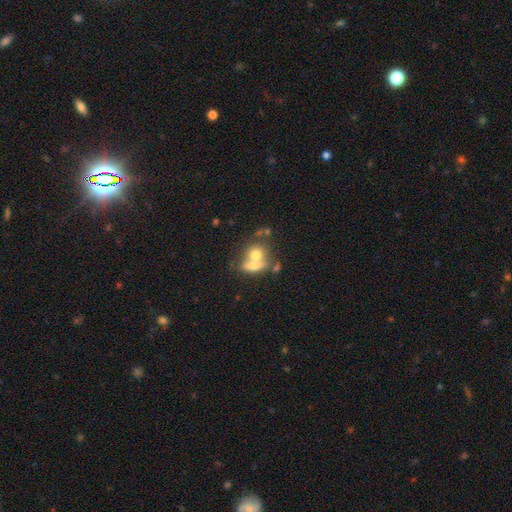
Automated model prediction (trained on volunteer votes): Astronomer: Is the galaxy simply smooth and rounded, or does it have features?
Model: smooth — 68%.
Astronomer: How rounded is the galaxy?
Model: round — 50% (runner-up: in between, 45%).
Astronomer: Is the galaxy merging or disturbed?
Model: merger — 62%.